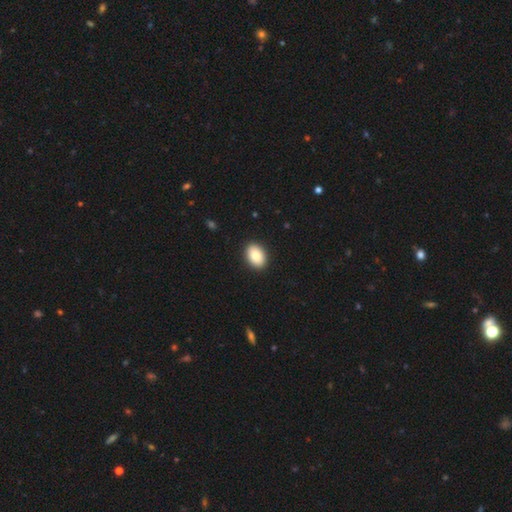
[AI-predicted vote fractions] A smooth galaxy with no disk features (85%) that is in between round and cigar-shaped (82%). Merging: none (91%).